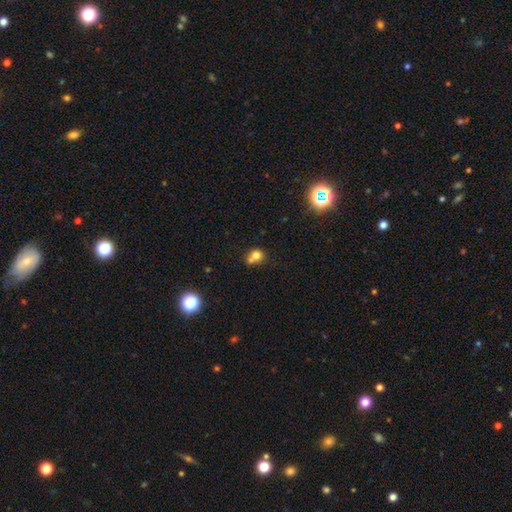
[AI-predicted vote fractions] Morphology: type=smooth (73%); roundness=round (74%); merging=merger (46%).